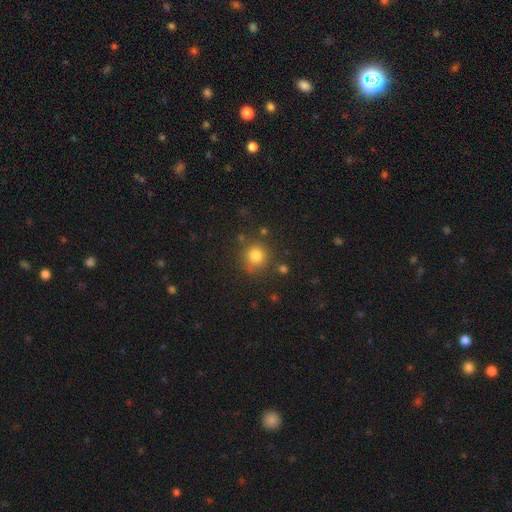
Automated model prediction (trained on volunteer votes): smooth-or-featured: smooth: 81% | star or artifact: 13% | featured or disk: 7%
  how-rounded: round: 90% | in between: 9% | cigar-shaped: 1%
  merging: none: 80% | minor disturbance: 11% | merger: 5% | major disturbance: 4%